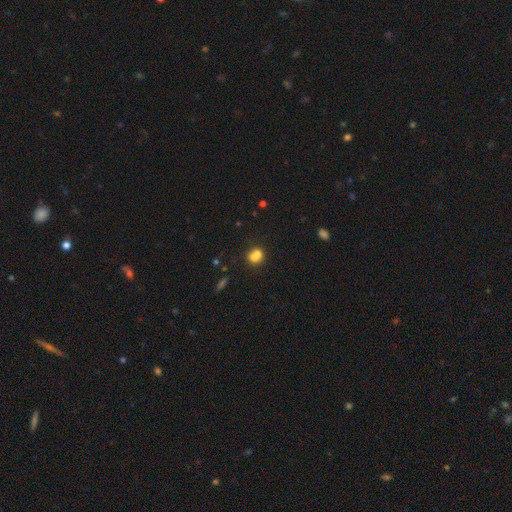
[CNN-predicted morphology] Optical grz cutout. It shows a smooth galaxy with no disk features (73%) that is round (65%). Merging: merger (52%).